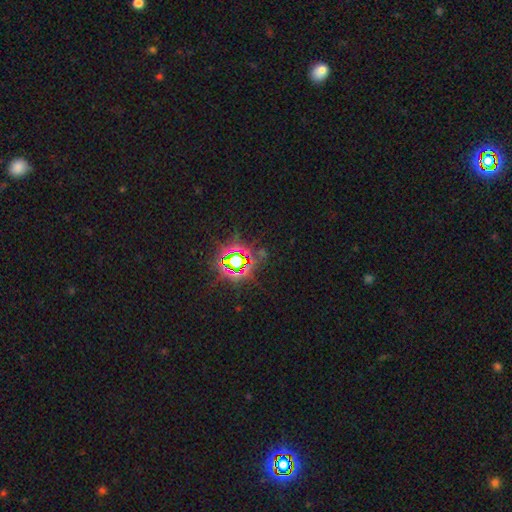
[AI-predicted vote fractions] A star or artifact, not a galaxy (79%).